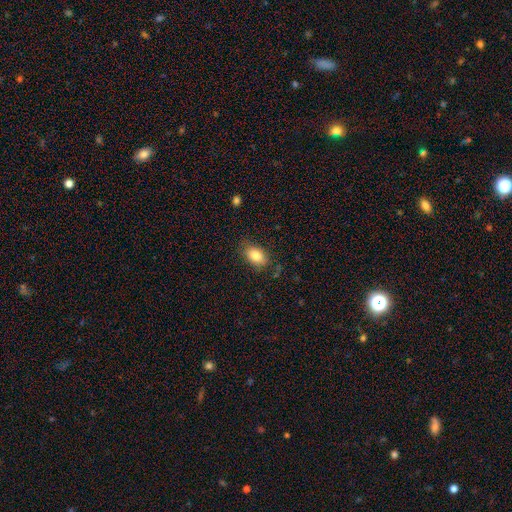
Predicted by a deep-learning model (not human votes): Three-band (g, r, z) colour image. It shows a smooth galaxy with no disk features (83%) that is in between round and cigar-shaped (88%). Merging: none (80%).